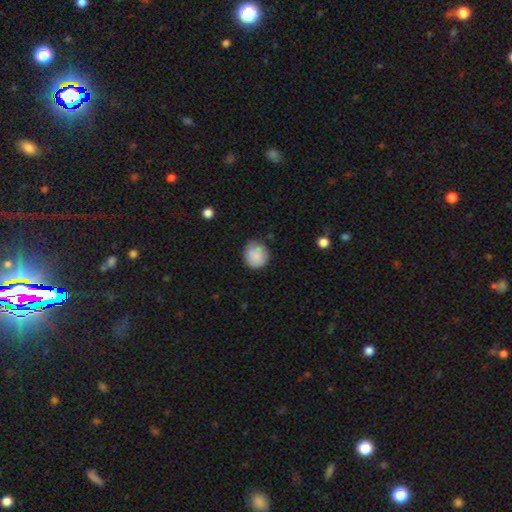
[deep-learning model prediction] Smooth or featured?
  - smooth: 87% *
  - star or artifact: 7%
  - featured or disk: 6%
How rounded?
  - round: 83% *
  - in between: 16%
  - cigar-shaped: 1%
Merging?
  - none: 76% *
  - minor disturbance: 19%
  - major disturbance: 4%
  - merger: 2%